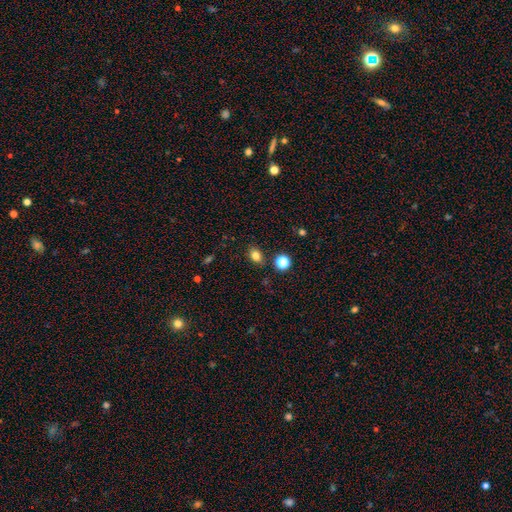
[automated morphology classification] Smooth or featured?
  - smooth: 80% *
  - star or artifact: 13%
  - featured or disk: 7%
How rounded?
  - in between: 64% *
  - round: 34%
  - cigar-shaped: 1%
Merging?
  - none: 84% *
  - minor disturbance: 9%
  - merger: 4%
  - major disturbance: 3%